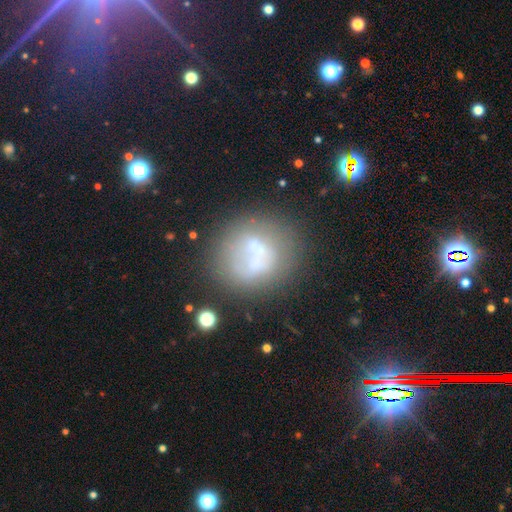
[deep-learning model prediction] The model was most divided on "smooth or featured": smooth: 48%, featured or disk: 37%, star or artifact: 15%. More confident: merging — none (50%).